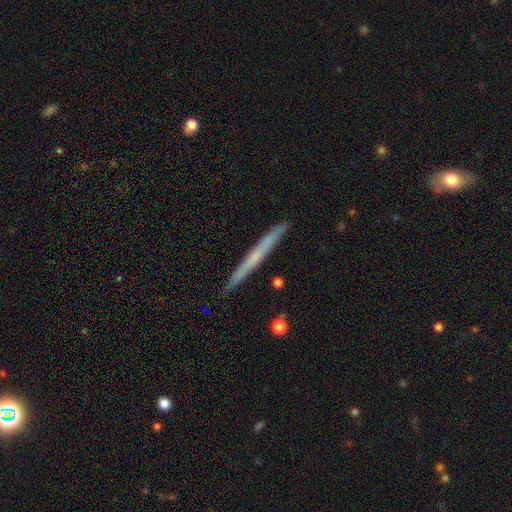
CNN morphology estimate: This appears to be a featured or disk galaxy (53%) viewed edge-on (97%) with no central bulge (79%). Merging: none (90%).